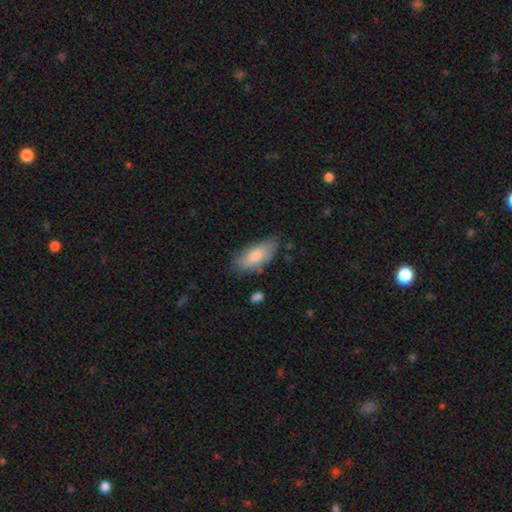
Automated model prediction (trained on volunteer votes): Smooth or featured?
  - smooth: 80% *
  - featured or disk: 14%
  - star or artifact: 6%
How rounded?
  - in between: 88% *
  - cigar-shaped: 10%
  - round: 2%
Merging?
  - none: 65% *
  - minor disturbance: 26%
  - major disturbance: 6%
  - merger: 3%